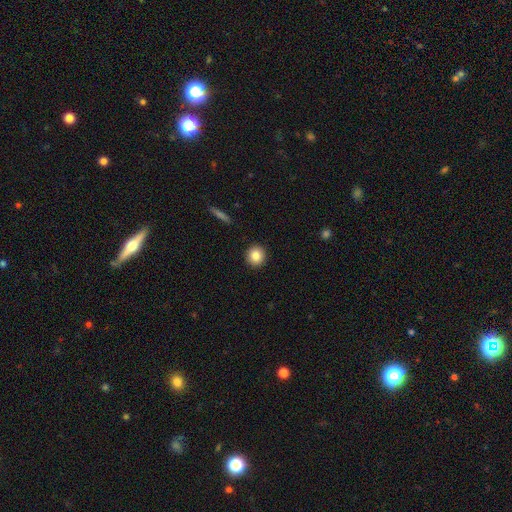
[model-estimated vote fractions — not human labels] Smooth or featured: smooth — 84% (star or artifact — 9%)
How rounded: round — 93% (in between — 6%)
Merging: none — 93% (minor disturbance — 5%)